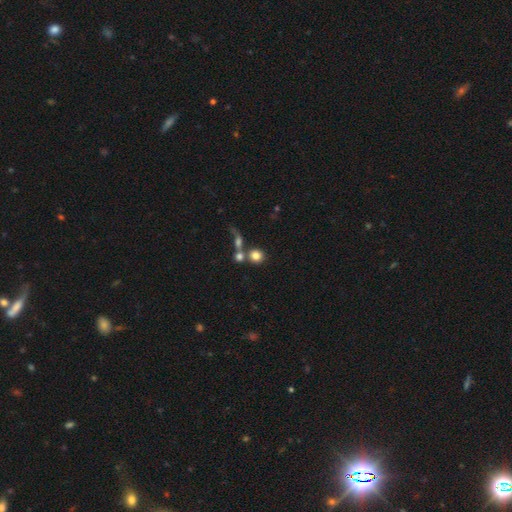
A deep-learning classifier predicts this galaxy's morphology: A smooth galaxy with no disk features (78%) that is round (86%).

Vote fractions:
- Smooth or featured? smooth: 78% / star or artifact: 11% / featured or disk: 11%
- How rounded? round: 86% / in between: 13% / cigar-shaped: 2%
- Merging? none: 51% / merger: 35% / minor disturbance: 8% / major disturbance: 6%